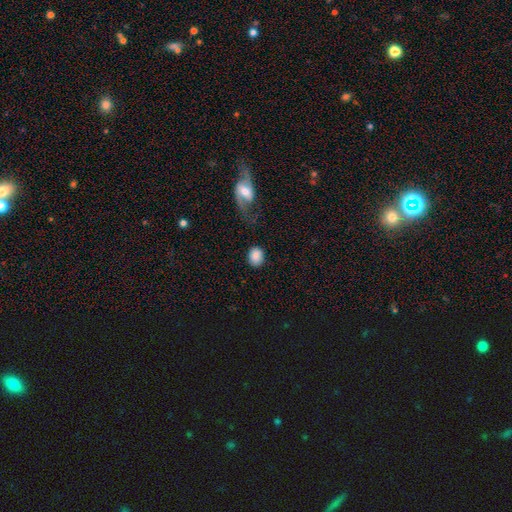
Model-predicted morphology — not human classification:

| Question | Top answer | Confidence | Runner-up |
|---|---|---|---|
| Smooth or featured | smooth | 85% | featured or disk (8%) |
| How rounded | in between | 50% | round (49%) |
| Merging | none | 76% | minor disturbance (13%) |